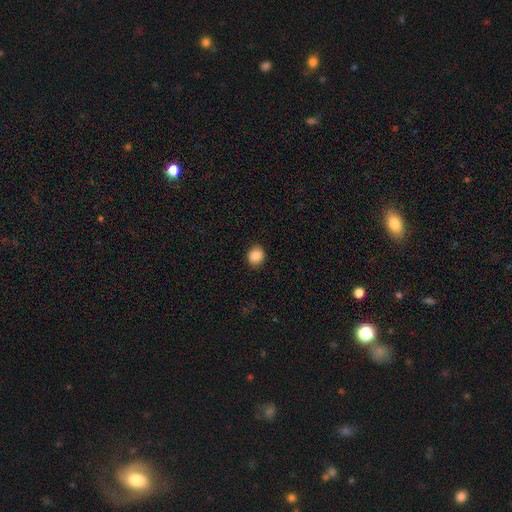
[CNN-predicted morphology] This appears to be a smooth galaxy with no disk features (87%) that is round (76%). Merging: none (91%).